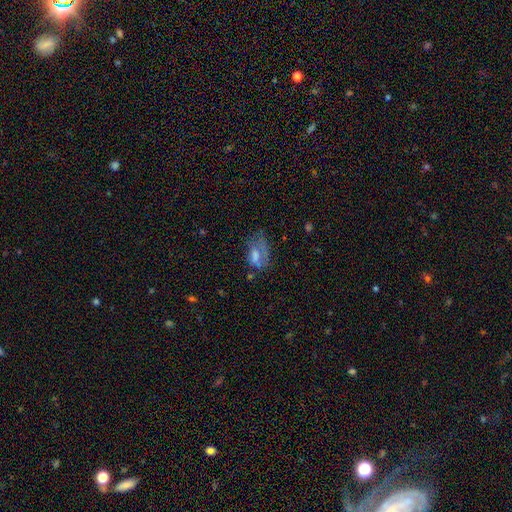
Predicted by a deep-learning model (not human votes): The model was most divided on "merging": major disturbance: 35%, none: 34%, minor disturbance: 26%, merger: 5%. Remaining: smooth or featured — smooth (48%).